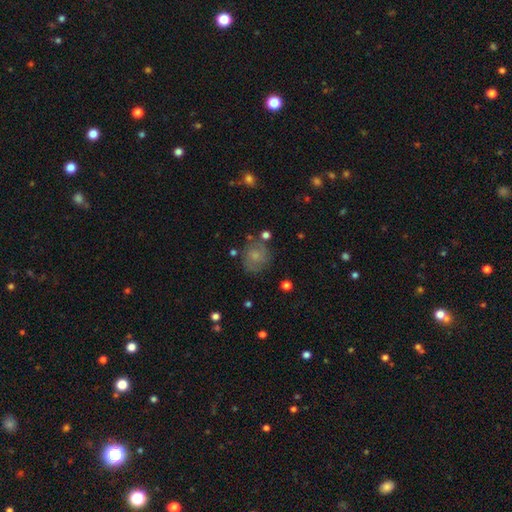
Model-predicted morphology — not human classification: Q: Smooth or featured?
A: smooth (51%); runner-up: featured or disk (37%)
Q: How rounded?
A: round (74%); runner-up: in between (25%)
Q: Merging?
A: none (69%); runner-up: minor disturbance (19%)